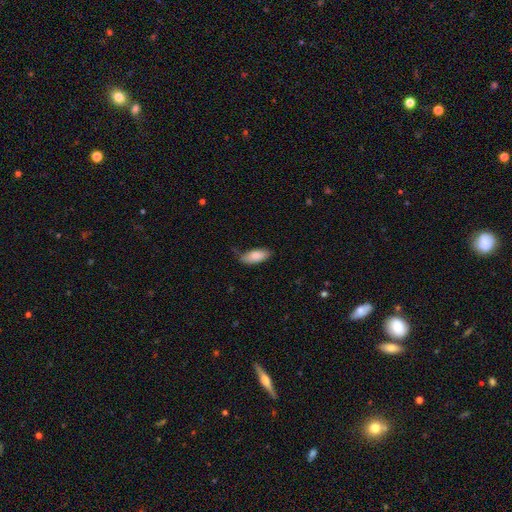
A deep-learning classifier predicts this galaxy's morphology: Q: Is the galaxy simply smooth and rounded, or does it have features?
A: smooth — 85%.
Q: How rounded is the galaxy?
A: in between — 84%.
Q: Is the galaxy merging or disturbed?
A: none — 64%.